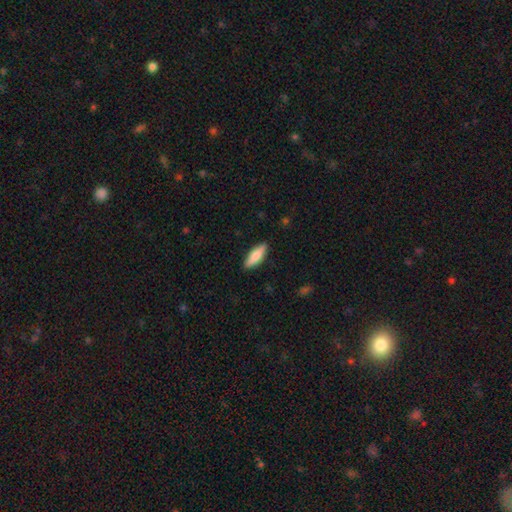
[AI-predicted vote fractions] smooth 74%, featured or disk 20%, star or artifact 6%. Down the decision tree: how rounded — in between (52%); merging — none (88%).